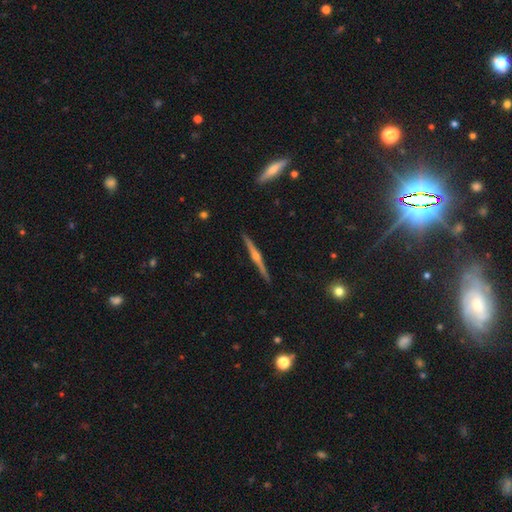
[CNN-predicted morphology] type=featured or disk (83%); edge-on=yes (98%); edge-on bulge=rounded (88%); merging=none (91%).